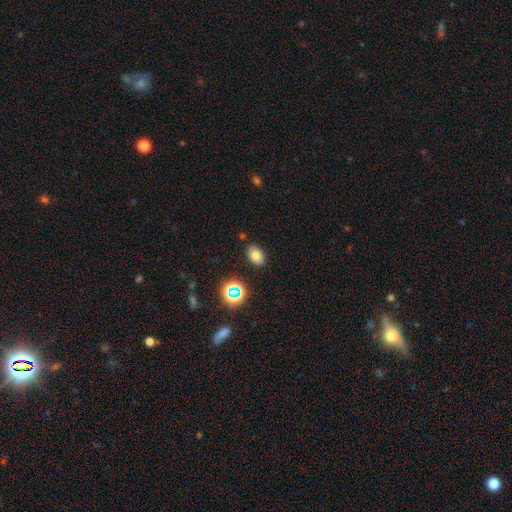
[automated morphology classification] smooth 72%, star or artifact 16%, featured or disk 12%. Down the decision tree: how rounded — in between (86%); merging — none (85%).